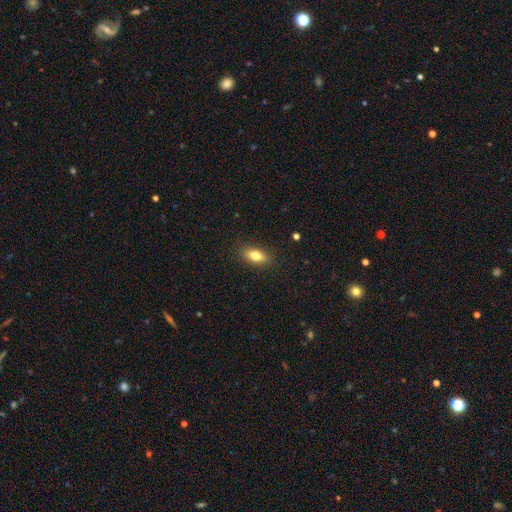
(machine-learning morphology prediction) Smooth or featured? smooth (77%)
How rounded? in between (81%)
Merging? none (88%)